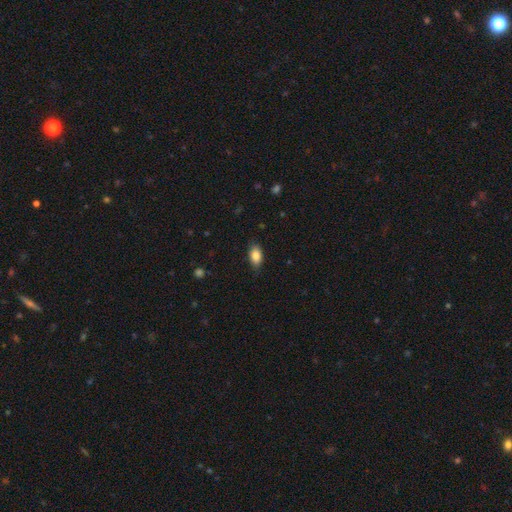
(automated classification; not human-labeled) The model was most divided on "merging": none: 83%, minor disturbance: 13%, major disturbance: 2%, merger: 1%. More confident: how rounded — in between (89%); smooth or featured — smooth (83%).